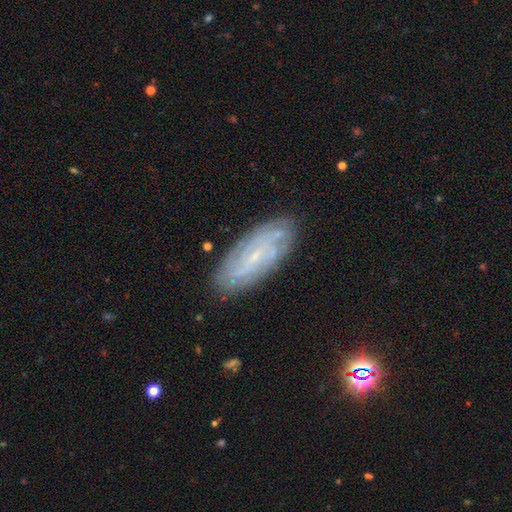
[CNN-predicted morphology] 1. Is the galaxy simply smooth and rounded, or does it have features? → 69% featured or disk, 22% smooth, 9% star or artifact.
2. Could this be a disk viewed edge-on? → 88% no, 12% yes.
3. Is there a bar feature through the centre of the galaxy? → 52% no, 38% weak, 10% strong.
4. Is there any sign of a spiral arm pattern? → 83% yes, 17% no.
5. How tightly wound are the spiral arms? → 57% tight, 30% medium, 13% loose.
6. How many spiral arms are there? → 56% can't tell, 18% 2, 8% 4, 8% 3, 5% more than 4, 4% 1.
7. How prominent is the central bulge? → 81% small, 10% moderate, 7% none, 1% large, 1% dominant.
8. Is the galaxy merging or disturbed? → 81% none, 14% minor disturbance, 3% major disturbance, 2% merger.